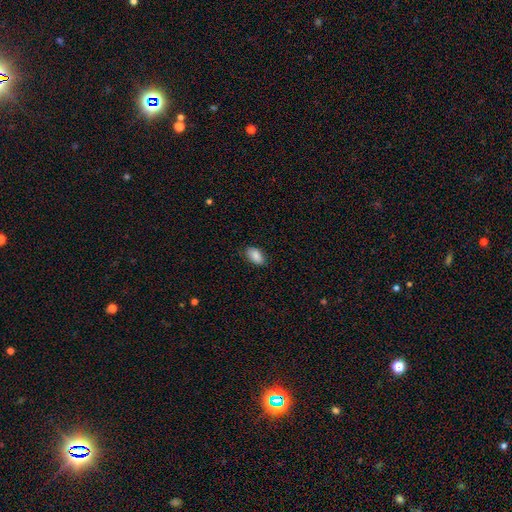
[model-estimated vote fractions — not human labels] Smooth or featured?
  - smooth: 88% *
  - star or artifact: 7%
  - featured or disk: 5%
How rounded?
  - in between: 92% *
  - round: 5%
  - cigar-shaped: 2%
Merging?
  - none: 80% *
  - minor disturbance: 16%
  - major disturbance: 3%
  - merger: 1%